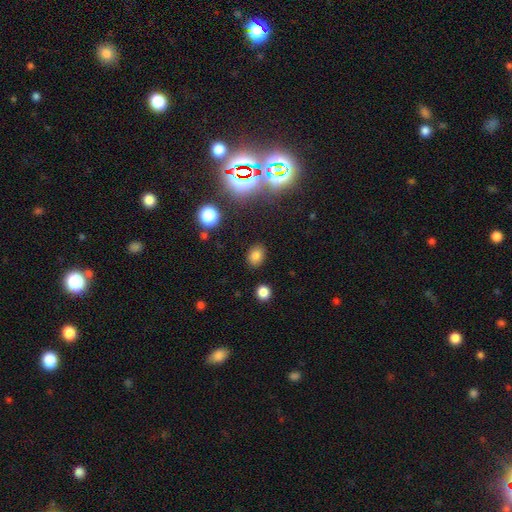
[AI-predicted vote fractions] A smooth galaxy with no disk features (79%) that is in between round and cigar-shaped (67%). Merging: none (86%).